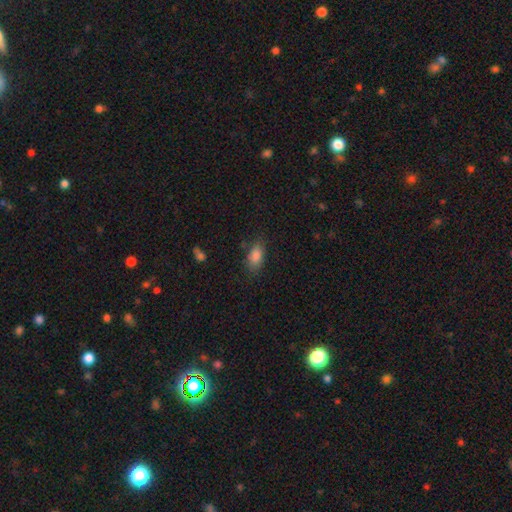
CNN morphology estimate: smooth 85%, star or artifact 9%, featured or disk 6%. Down the decision tree: how rounded — in between (88%); merging — none (76%).